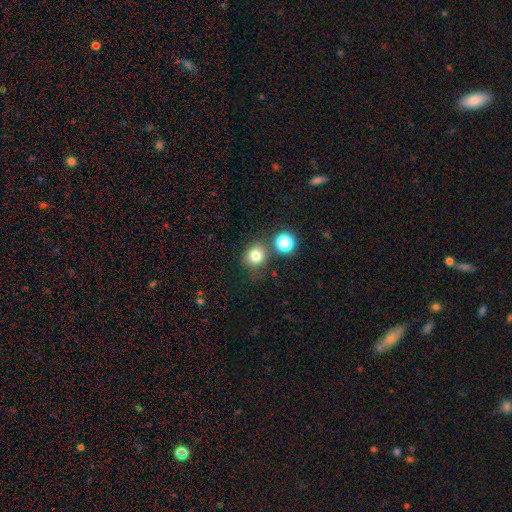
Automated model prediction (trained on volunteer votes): Overall: smooth (78%). How rounded: round (79%). Merging: none (75%).